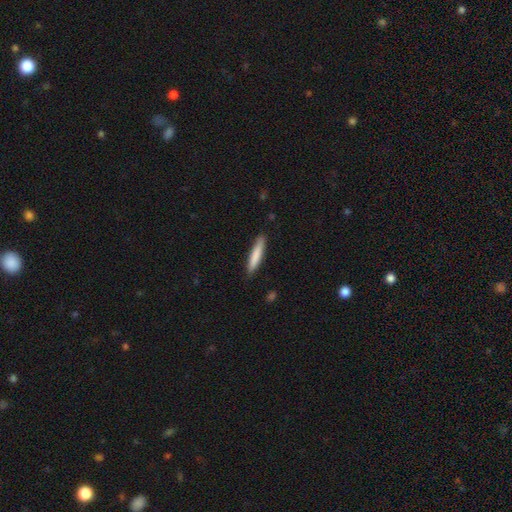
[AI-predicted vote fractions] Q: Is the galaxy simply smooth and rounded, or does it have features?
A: smooth — 80%.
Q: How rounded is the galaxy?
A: cigar-shaped — 91%.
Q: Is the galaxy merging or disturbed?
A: none — 87%.